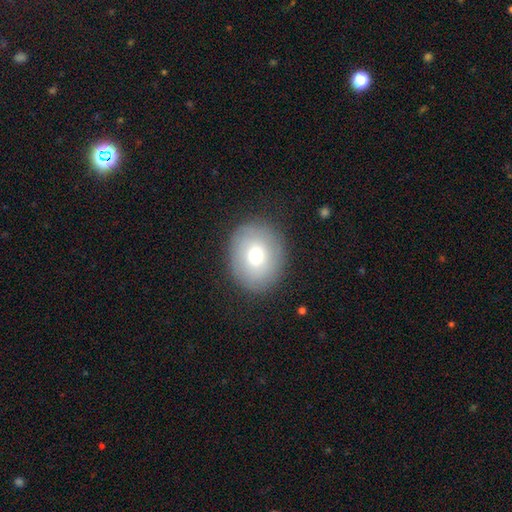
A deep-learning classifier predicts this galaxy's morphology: The model was most divided on "how rounded": round: 57%, in between: 42%, cigar-shaped: 1%. More confident: merging — none (85%); smooth or featured — smooth (71%).